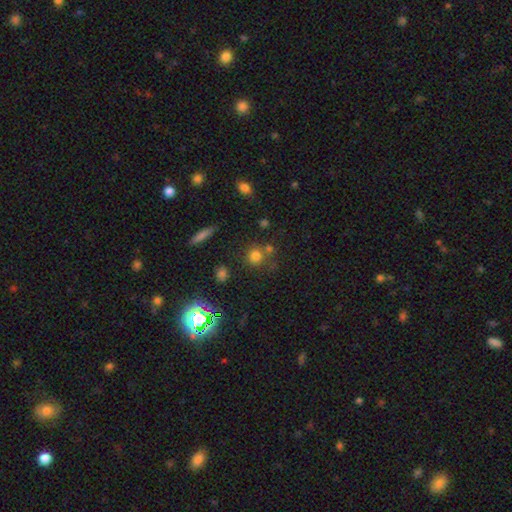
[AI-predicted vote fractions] Overall: smooth (72%). How rounded: round (87%). Merging: none (64%).